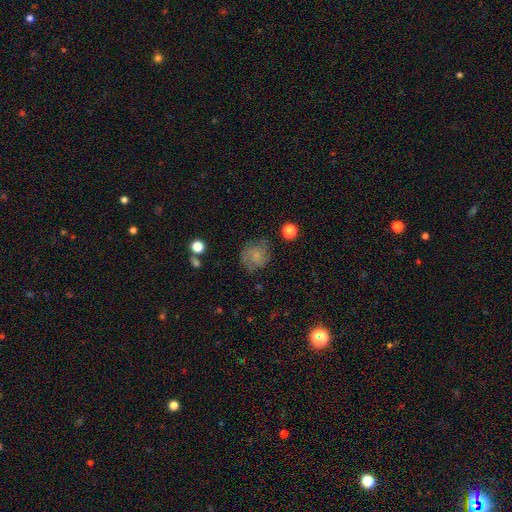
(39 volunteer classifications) Smooth or featured: smooth — 64% (featured or disk — 28%)
How rounded: round — 60% (in between — 36%)
Merging: none — 64% (minor disturbance — 19%)